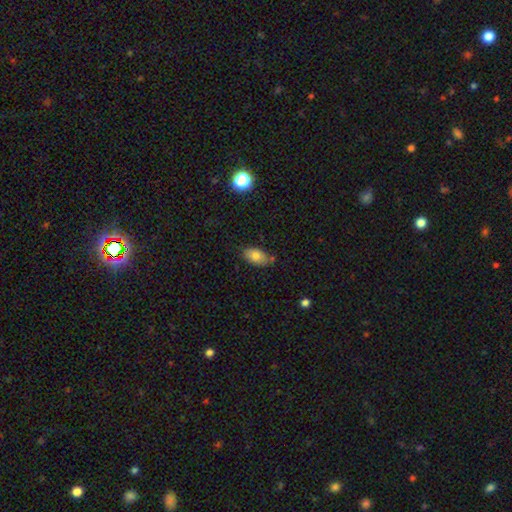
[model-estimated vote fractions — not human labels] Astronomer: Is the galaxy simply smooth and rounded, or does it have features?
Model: smooth — 77%.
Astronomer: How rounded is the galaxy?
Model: in between — 91%.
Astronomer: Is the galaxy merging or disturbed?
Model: none — 74%.